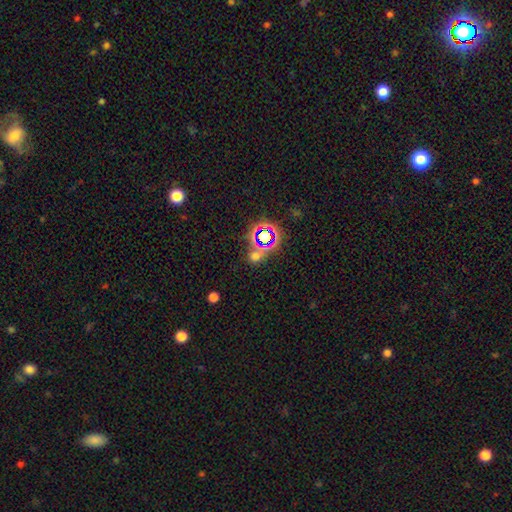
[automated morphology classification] star or artifact 50%, smooth 41%, featured or disk 9%.